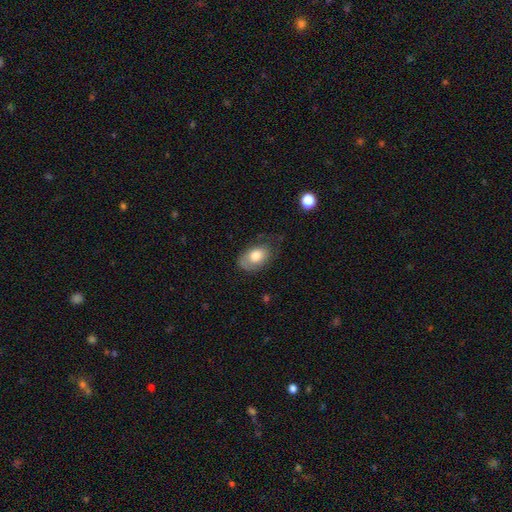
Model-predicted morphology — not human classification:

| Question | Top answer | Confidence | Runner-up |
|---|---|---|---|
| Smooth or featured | smooth | 73% | featured or disk (20%) |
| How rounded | in between | 85% | round (14%) |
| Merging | none | 57% | minor disturbance (29%) |